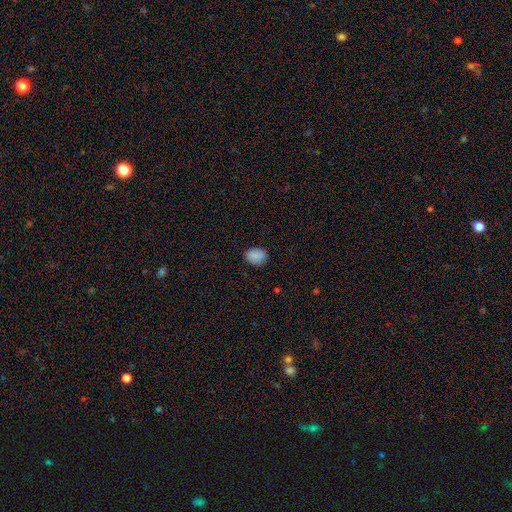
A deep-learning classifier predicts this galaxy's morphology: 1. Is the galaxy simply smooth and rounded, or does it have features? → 87% smooth, 9% star or artifact, 4% featured or disk.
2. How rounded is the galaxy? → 64% in between, 35% round, 1% cigar-shaped.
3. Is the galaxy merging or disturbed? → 83% none, 13% minor disturbance, 3% major disturbance, 1% merger.